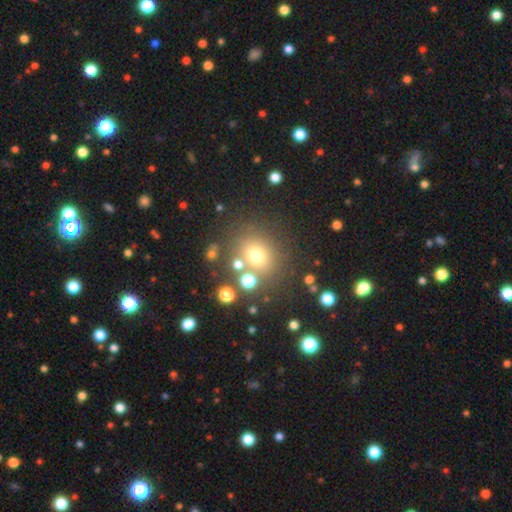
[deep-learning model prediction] smooth 67%, star or artifact 21%, featured or disk 12%. Down the decision tree: how rounded — round (80%); merging — none (74%).